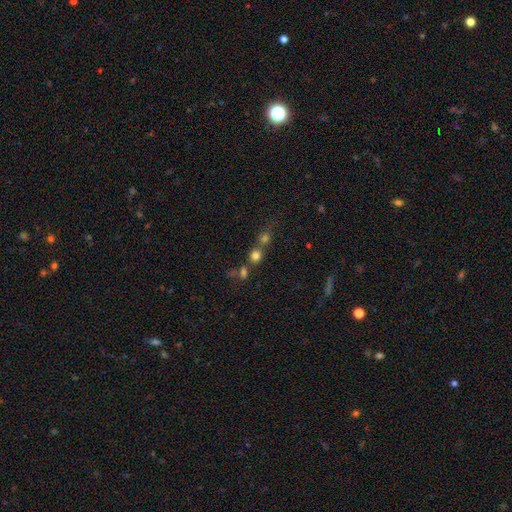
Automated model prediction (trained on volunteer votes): This appears to be a smooth galaxy with no disk features (71%) that is round (85%). Merging: none (46%).